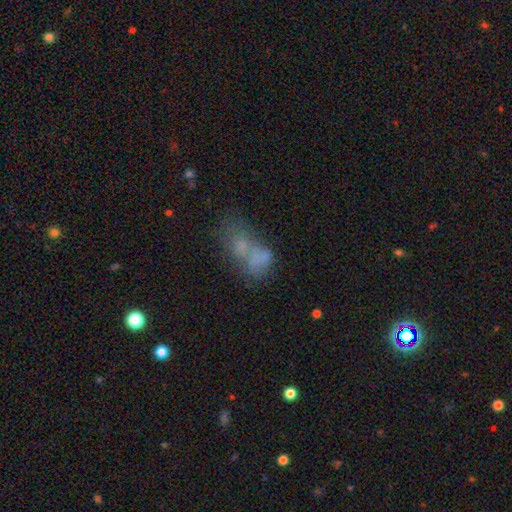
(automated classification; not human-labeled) Smooth or featured? smooth (54%)
How rounded? in between (78%)
Merging? merger (52%)